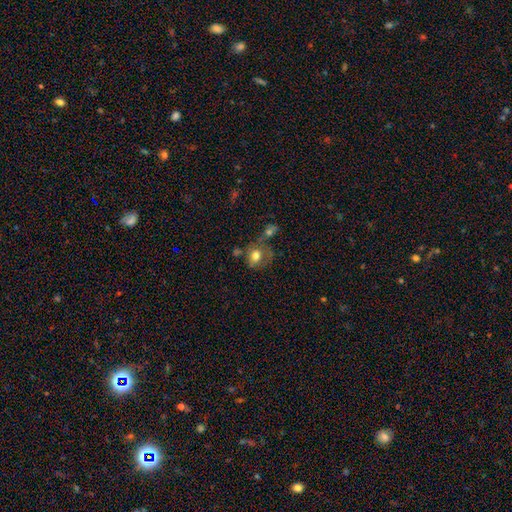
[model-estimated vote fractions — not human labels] This is likely a smooth galaxy (67%). How rounded: likely round (61%). Merging: marginally none (35%).